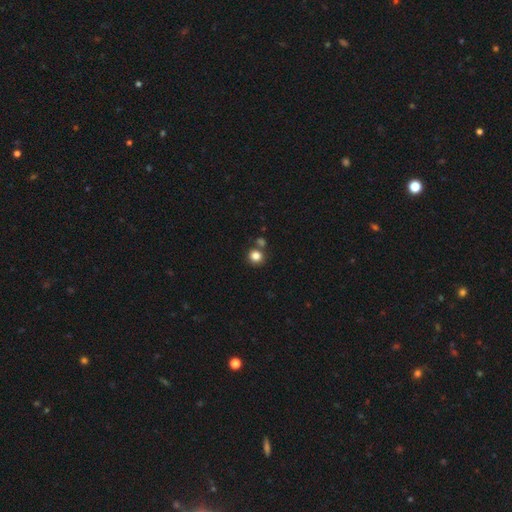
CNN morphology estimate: This is clearly a smooth galaxy (83%). How rounded: clearly round (89%). Merging: likely none (73%).